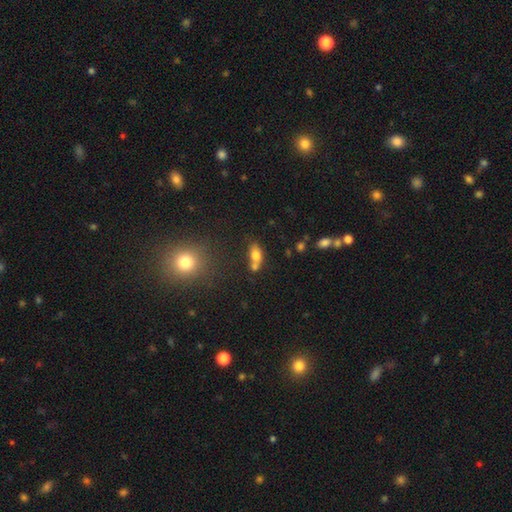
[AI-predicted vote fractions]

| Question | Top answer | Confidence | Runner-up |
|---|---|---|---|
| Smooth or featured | smooth | 74% | featured or disk (15%) |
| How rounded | in between | 80% | round (12%) |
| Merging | merger | 47% | none (35%) |